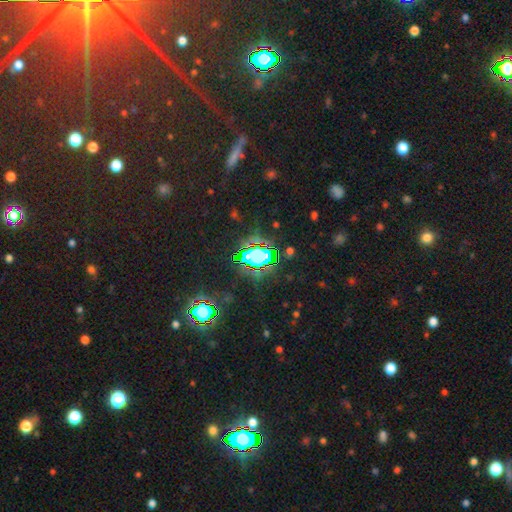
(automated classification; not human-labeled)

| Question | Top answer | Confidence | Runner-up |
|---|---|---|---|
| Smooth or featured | star or artifact | 68% | smooth (21%) |